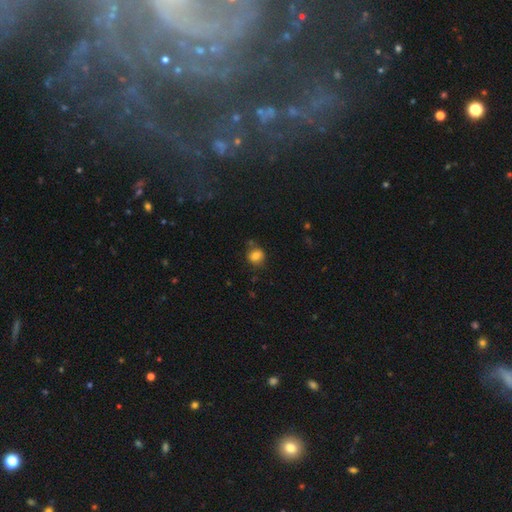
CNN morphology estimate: smooth 80%, star or artifact 11%, featured or disk 9%. Down the decision tree: how rounded — round (65%); merging — none (73%).